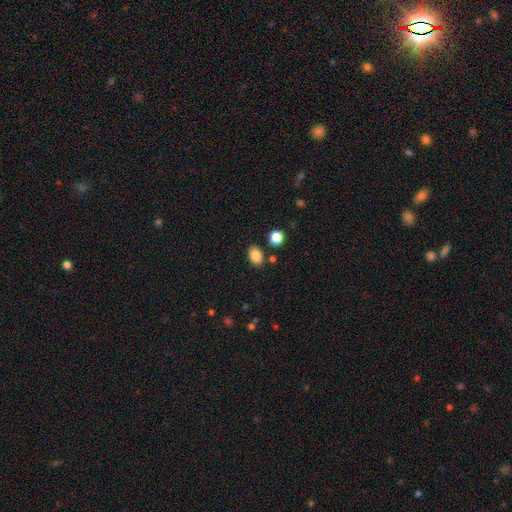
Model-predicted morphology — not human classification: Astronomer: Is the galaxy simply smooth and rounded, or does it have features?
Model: smooth — 86%.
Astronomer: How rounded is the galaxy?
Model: in between — 76%.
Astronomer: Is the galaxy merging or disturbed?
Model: none — 83%.